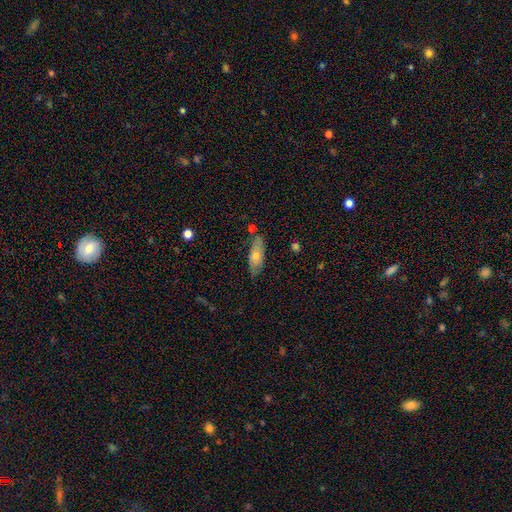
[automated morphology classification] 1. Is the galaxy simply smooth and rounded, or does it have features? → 53% smooth, 38% featured or disk, 9% star or artifact.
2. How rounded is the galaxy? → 63% in between, 33% cigar-shaped, 3% round.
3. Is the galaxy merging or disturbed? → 78% none, 16% minor disturbance, 3% merger, 3% major disturbance.